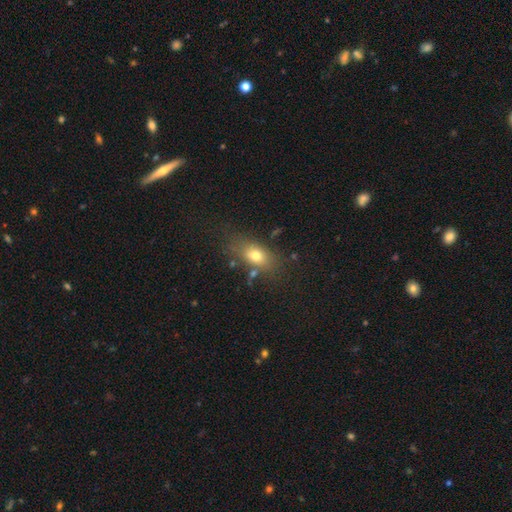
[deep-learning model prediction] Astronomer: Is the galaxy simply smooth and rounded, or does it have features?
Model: smooth — 73%.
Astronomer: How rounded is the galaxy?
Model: in between — 78%.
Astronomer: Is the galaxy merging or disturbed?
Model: none — 71%.